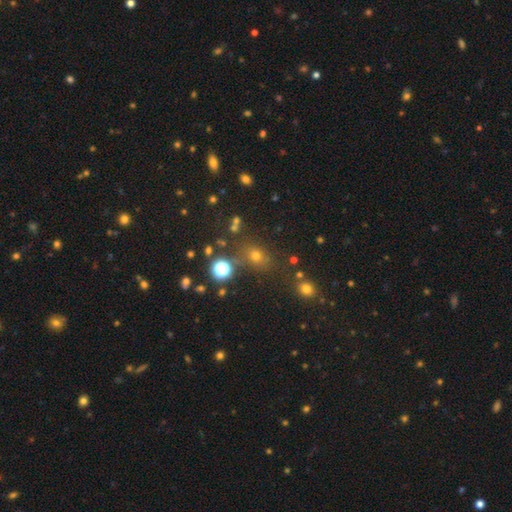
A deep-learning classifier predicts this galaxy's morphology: smooth-or-featured: smooth: 57% | star or artifact: 34% | featured or disk: 9%
  how-rounded: round: 67% | in between: 31% | cigar-shaped: 2%
  merging: none: 74% | minor disturbance: 11% | merger: 10% | major disturbance: 5%